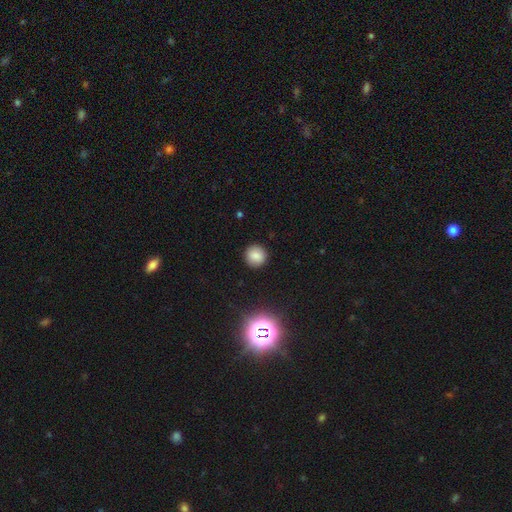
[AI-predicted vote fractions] This is clearly a smooth galaxy (81%). How rounded: clearly round (93%). Merging: clearly none (91%).